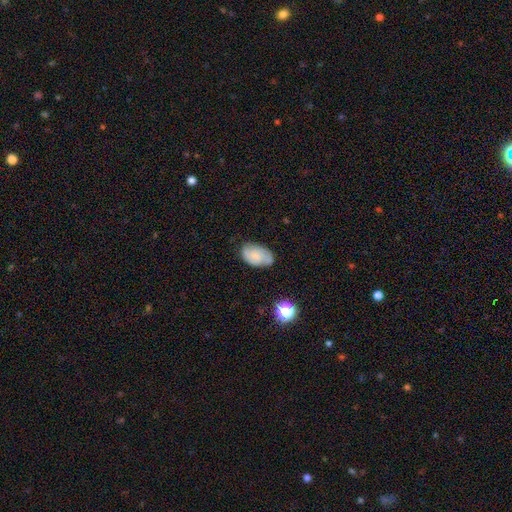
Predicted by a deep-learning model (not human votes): Morphology: type=smooth (66%); roundness=in between (91%); merging=none (64%).